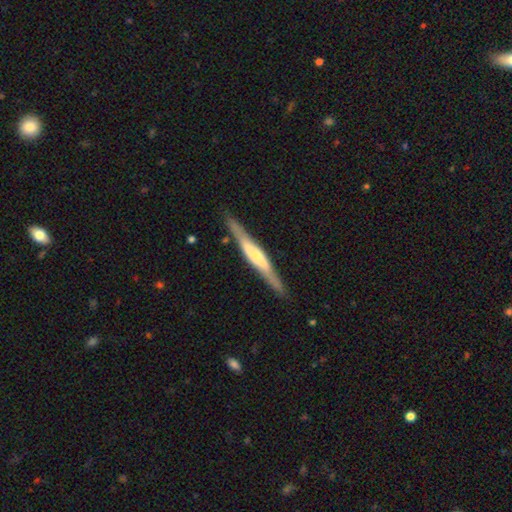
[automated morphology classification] Smooth or featured? featured or disk (64%)
Edge-on disk? yes (95%)
Edge-on bulge? rounded (51%)
Merging? none (86%)